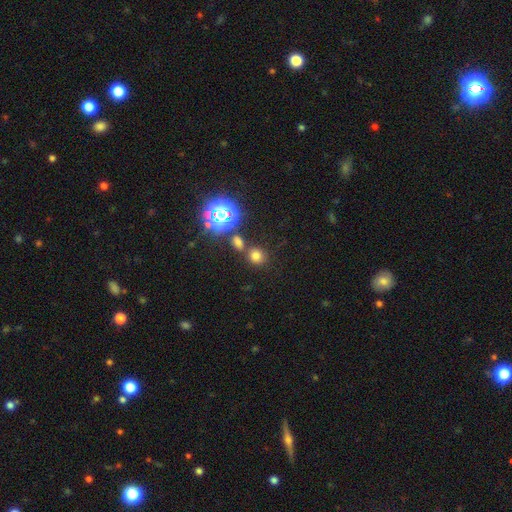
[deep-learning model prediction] smooth 65%, star or artifact 29%, featured or disk 7%. Down the decision tree: how rounded — round (81%); merging — none (72%).